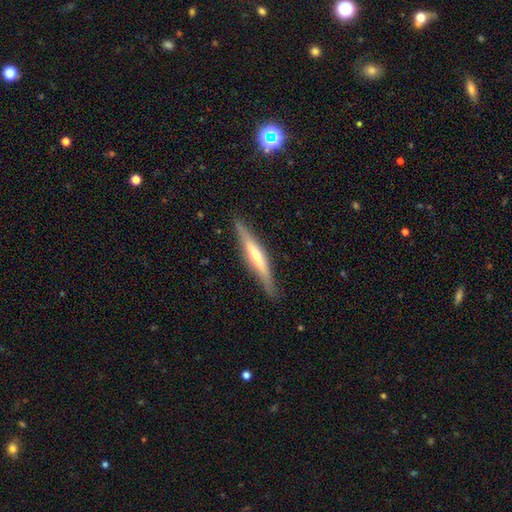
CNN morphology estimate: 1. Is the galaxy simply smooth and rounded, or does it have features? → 63% featured or disk, 31% smooth, 6% star or artifact.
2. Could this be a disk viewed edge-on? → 94% yes, 6% no.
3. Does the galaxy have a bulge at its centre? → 64% rounded, 24% none, 12% boxy.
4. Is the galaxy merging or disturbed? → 87% none, 10% minor disturbance, 2% major disturbance, 1% merger.